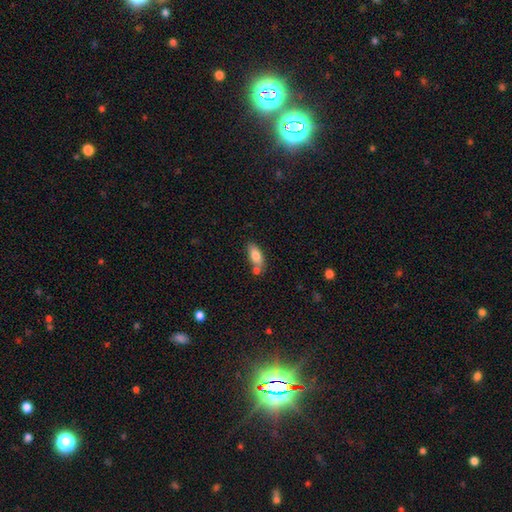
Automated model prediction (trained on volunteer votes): Smooth or featured: smooth — 78% (featured or disk — 15%)
How rounded: in between — 81% (cigar-shaped — 16%)
Merging: none — 63% (merger — 19%)